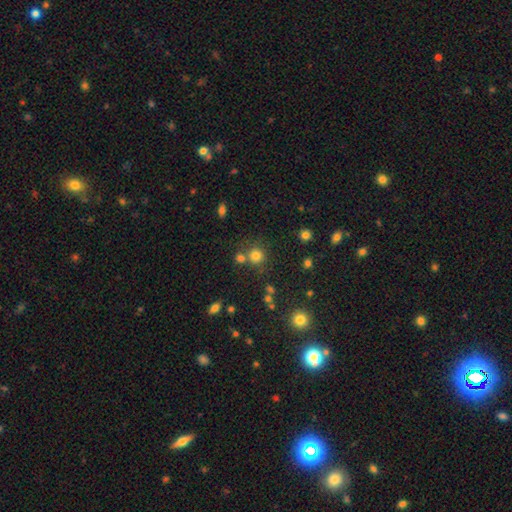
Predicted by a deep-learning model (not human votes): The model was most divided on "merging": none: 68%, merger: 19%, minor disturbance: 9%, major disturbance: 4%. More confident: how rounded — round (91%); smooth or featured — smooth (76%).